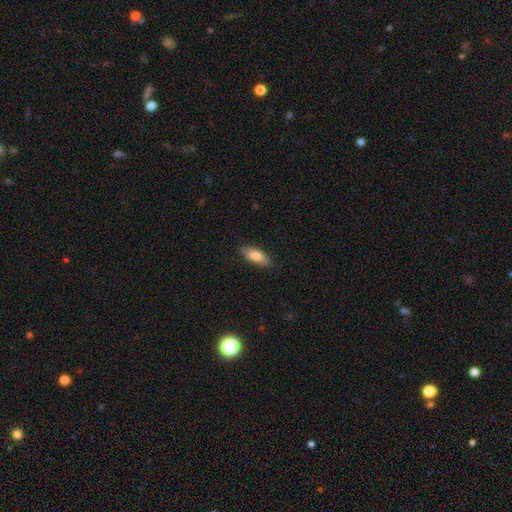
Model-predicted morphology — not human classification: Smooth or featured? smooth (80%)
How rounded? in between (73%)
Merging? none (84%)